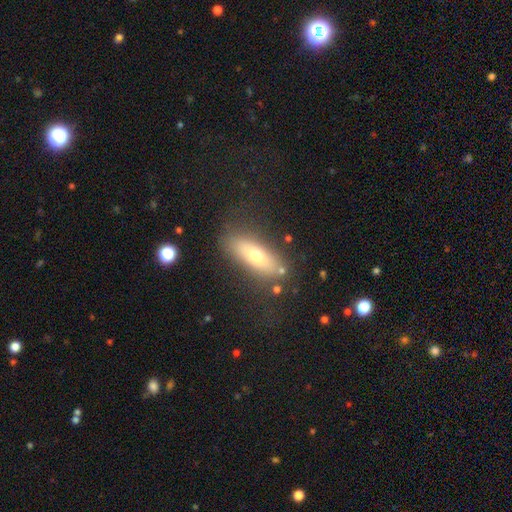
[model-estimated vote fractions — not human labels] Q: Smooth or featured?
A: smooth (61%); runner-up: featured or disk (30%)
Q: How rounded?
A: in between (56%); runner-up: cigar-shaped (41%)
Q: Merging?
A: none (76%); runner-up: minor disturbance (14%)